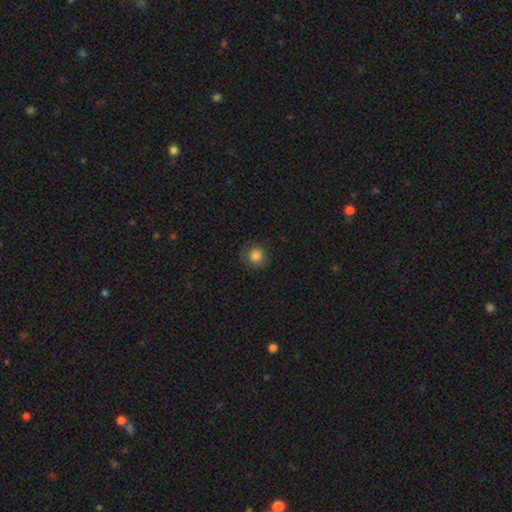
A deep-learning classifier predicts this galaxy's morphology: This appears to be a smooth galaxy with no disk features (84%) that is round (90%). Merging: none (80%).